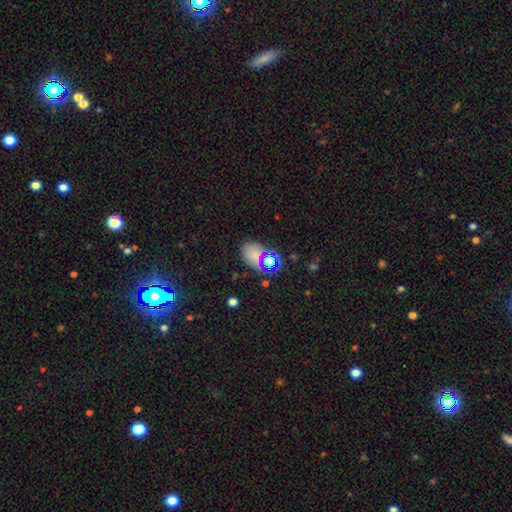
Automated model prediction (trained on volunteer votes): Smooth or featured? smooth (62%)
How rounded? in between (58%)
Merging? none (70%)